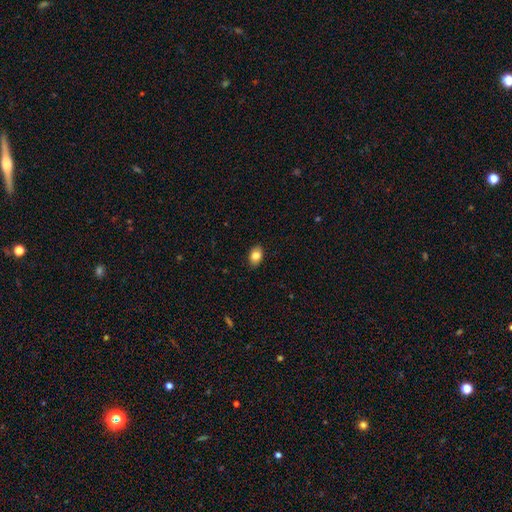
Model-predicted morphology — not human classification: This appears to be a smooth galaxy with no disk features (83%) that is in between round and cigar-shaped (86%). Merging: none (87%).